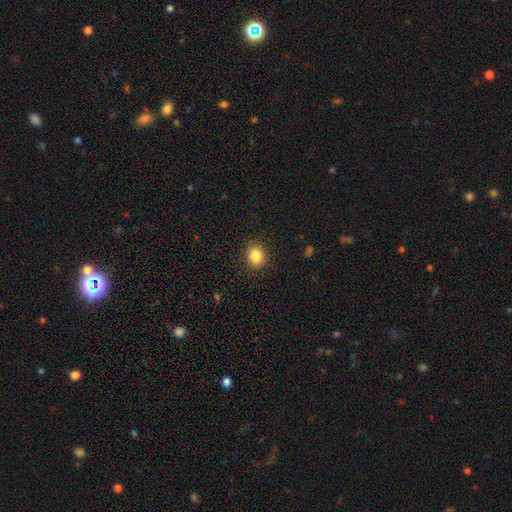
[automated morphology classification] Q: Smooth or featured?
A: smooth (85%); runner-up: star or artifact (10%)
Q: How rounded?
A: round (72%); runner-up: in between (27%)
Q: Merging?
A: none (89%); runner-up: minor disturbance (8%)